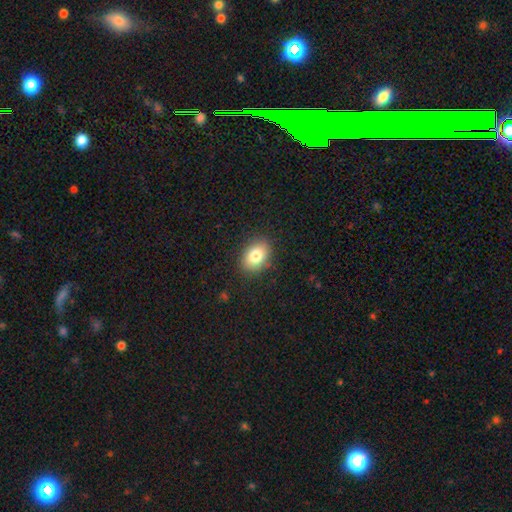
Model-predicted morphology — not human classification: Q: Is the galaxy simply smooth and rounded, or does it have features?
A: smooth — 81%.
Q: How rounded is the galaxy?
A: in between — 74%.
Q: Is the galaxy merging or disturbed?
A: none — 86%.